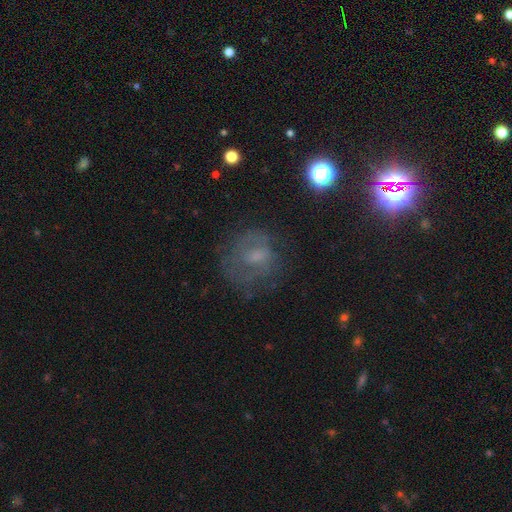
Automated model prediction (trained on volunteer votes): smooth-or-featured: featured or disk: 45% | smooth: 35% | star or artifact: 21%
  merging: none: 62% | minor disturbance: 19% | major disturbance: 18% | merger: 2%